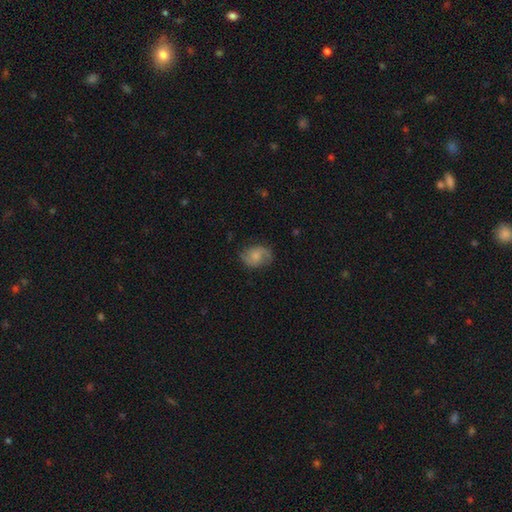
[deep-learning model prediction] A featured or disk galaxy (57%) with no bar (66%), 2 (85%) medium (45%) spiral arms (91%) and a small central bulge (43%). Merging: none (72%).